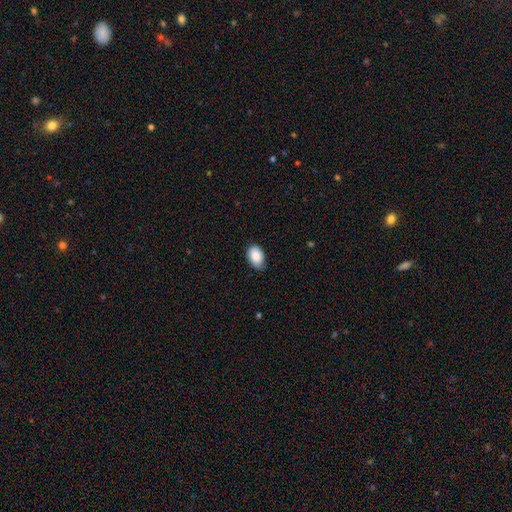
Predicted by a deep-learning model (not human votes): smooth_or_featured: smooth (p=0.88) [alt: star or artifact p=0.07]
how_rounded: in between (p=0.90) [alt: round p=0.09]
merging: none (p=0.68) [alt: minor disturbance p=0.28]